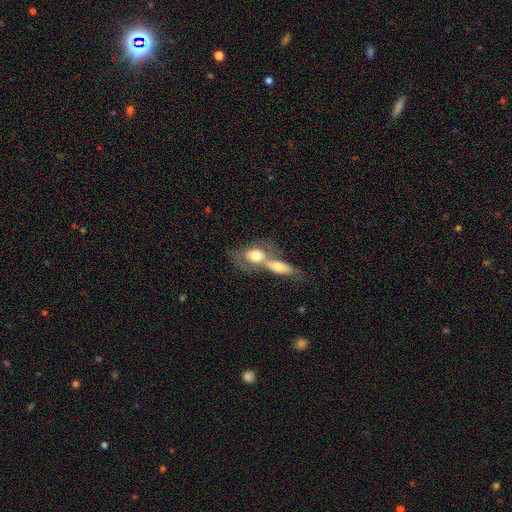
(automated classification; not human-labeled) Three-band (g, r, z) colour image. It shows a smooth galaxy with no disk features (61%) that is in between round and cigar-shaped (70%). Merging: merger (68%).